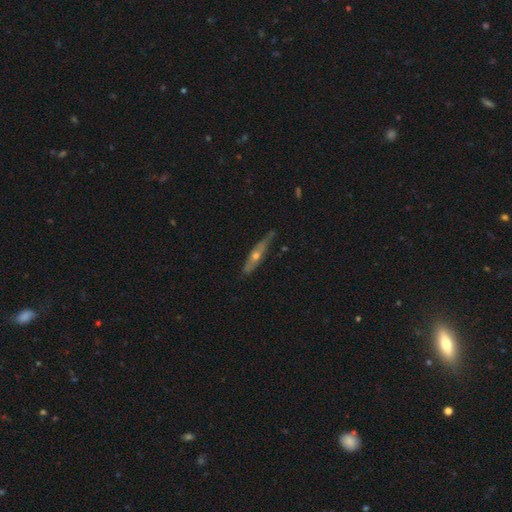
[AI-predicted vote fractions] smooth_or_featured: featured or disk (p=0.65) [alt: smooth p=0.29]
disk_edge_on: yes (p=0.86) [alt: no p=0.14]
edge_on_bulge: rounded (p=0.88) [alt: none p=0.10]
merging: none (p=0.79) [alt: minor disturbance p=0.17]